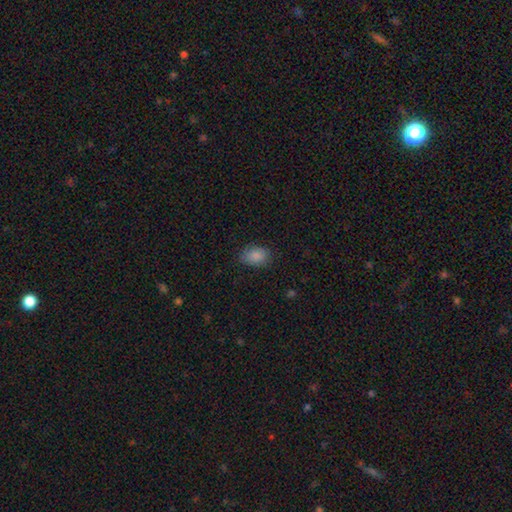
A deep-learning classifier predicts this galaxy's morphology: This is clearly a smooth galaxy (87%). How rounded: clearly in between (82%). Merging: clearly none (81%).